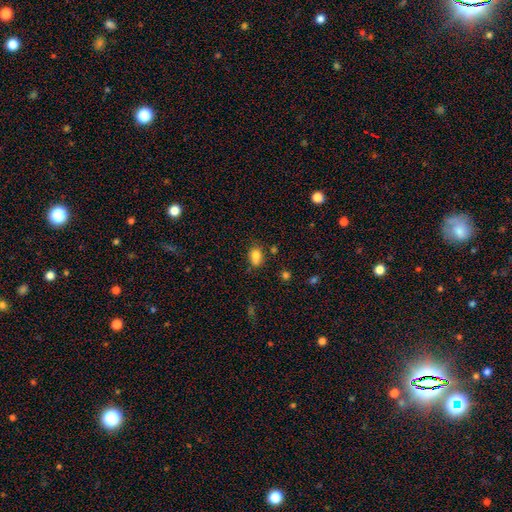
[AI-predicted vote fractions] The model was most divided on "merging": none: 55%, minor disturbance: 26%, merger: 11%, major disturbance: 7%. More confident: smooth or featured — smooth (80%); how rounded — in between (64%).